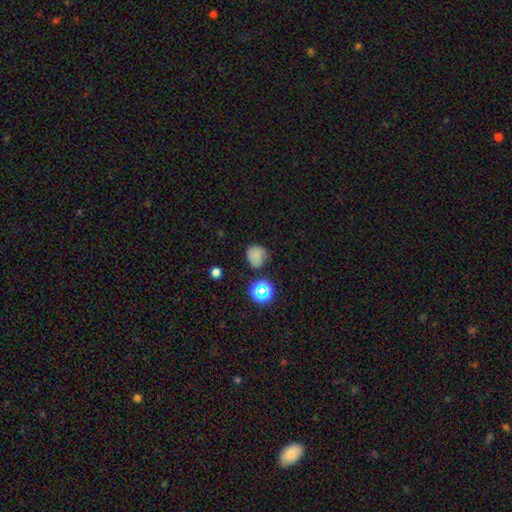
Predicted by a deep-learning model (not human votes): Smooth or featured?
  - smooth: 71% *
  - star or artifact: 17%
  - featured or disk: 12%
How rounded?
  - round: 82% *
  - in between: 17%
  - cigar-shaped: 1%
Merging?
  - none: 63% *
  - minor disturbance: 25%
  - major disturbance: 8%
  - merger: 4%